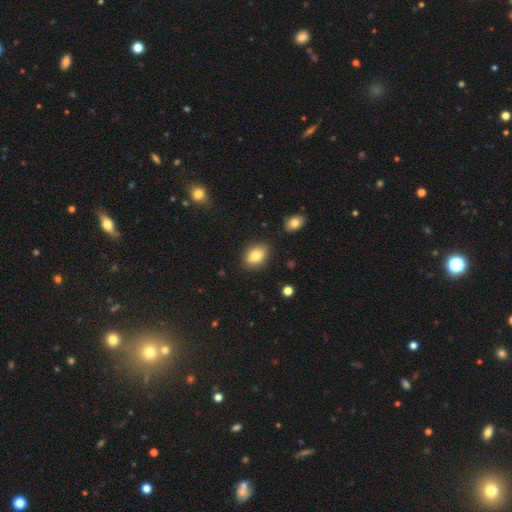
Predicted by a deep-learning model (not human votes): Morphology: type=smooth (80%); roundness=in between (73%); merging=none (84%).